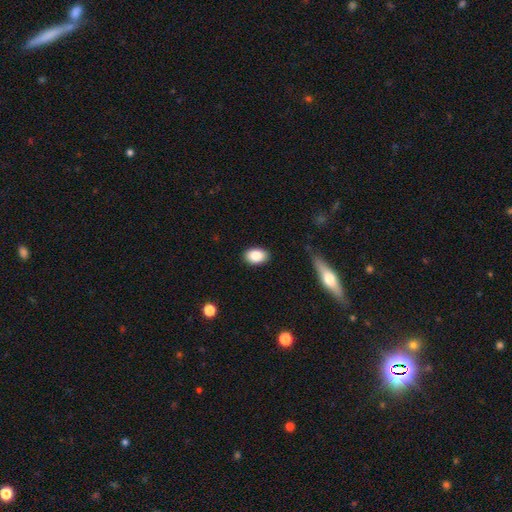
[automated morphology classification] The model was most divided on "how rounded": in between: 84%, round: 15%, cigar-shaped: 1%. More confident: merging — none (88%); smooth or featured — smooth (87%).